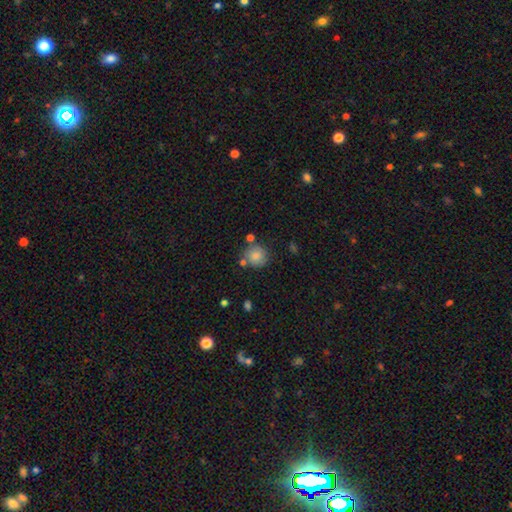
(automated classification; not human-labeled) Overall: smooth (82%). How rounded: round (89%). Merging: none (72%).